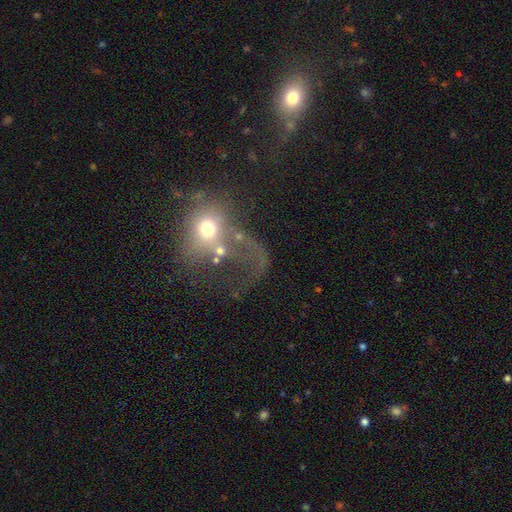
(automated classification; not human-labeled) A smooth galaxy with no disk features (43%). Merging: major disturbance (41%).